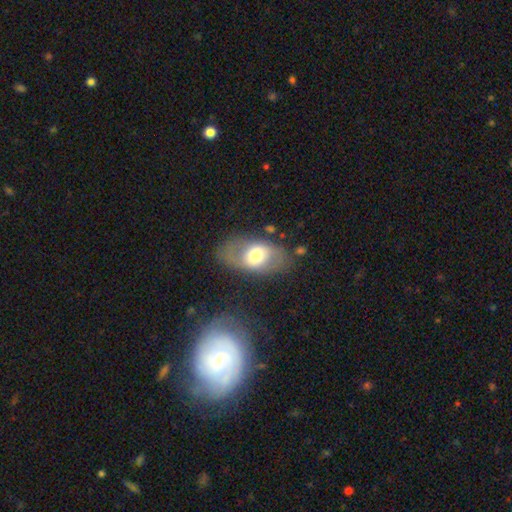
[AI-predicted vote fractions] Smooth or featured?
  - smooth: 52% *
  - featured or disk: 40%
  - star or artifact: 8%
How rounded?
  - in between: 87% *
  - round: 11%
  - cigar-shaped: 2%
Merging?
  - none: 69% *
  - minor disturbance: 17%
  - major disturbance: 10%
  - merger: 3%